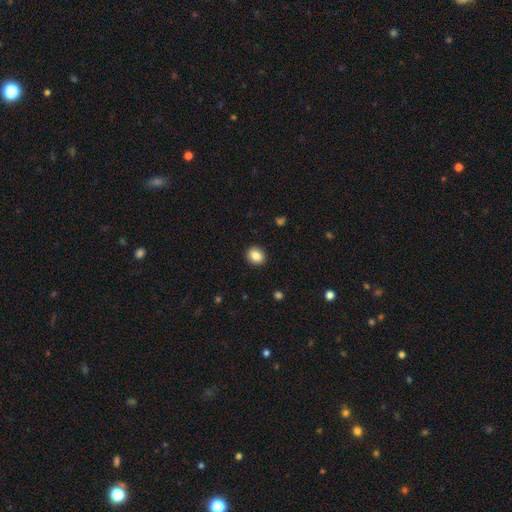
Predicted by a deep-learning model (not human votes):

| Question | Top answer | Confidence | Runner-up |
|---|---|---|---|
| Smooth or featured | smooth | 84% | star or artifact (9%) |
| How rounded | round | 64% | in between (35%) |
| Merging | none | 91% | minor disturbance (6%) |